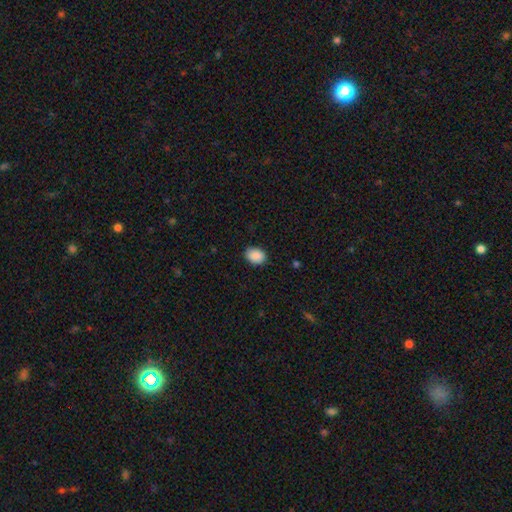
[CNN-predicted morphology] smooth 90%, star or artifact 7%, featured or disk 3%. Down the decision tree: how rounded — in between (72%); merging — none (86%).